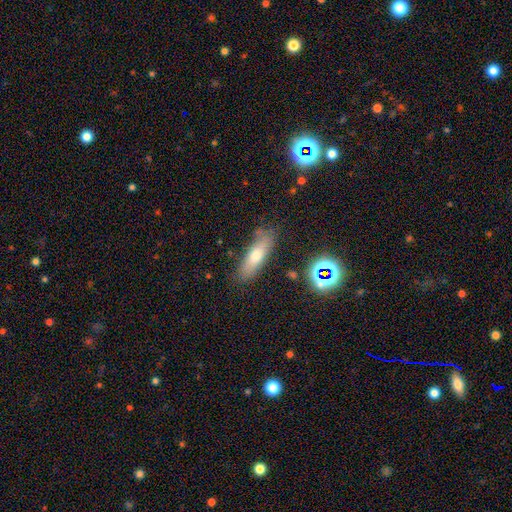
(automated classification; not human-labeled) This appears to be a smooth galaxy with no disk features (63%) that is cigar-shaped (54%). Merging: none (78%).